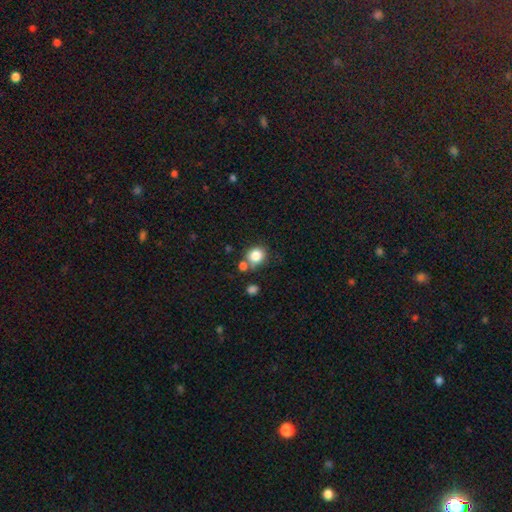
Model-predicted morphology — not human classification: Smooth or featured? smooth (83%)
How rounded? round (79%)
Merging? none (63%)